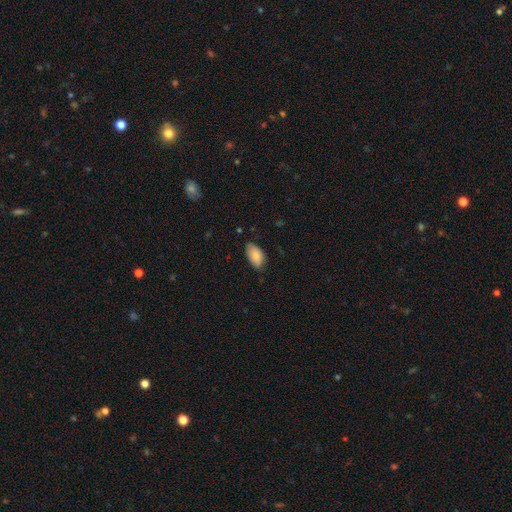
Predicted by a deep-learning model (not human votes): A smooth galaxy with no disk features (85%) that is in between round and cigar-shaped (94%).

Vote fractions:
- Smooth or featured? smooth: 85% / featured or disk: 9% / star or artifact: 7%
- How rounded? in between: 94% / round: 3% / cigar-shaped: 2%
- Merging? none: 70% / minor disturbance: 26% / major disturbance: 3% / merger: 1%